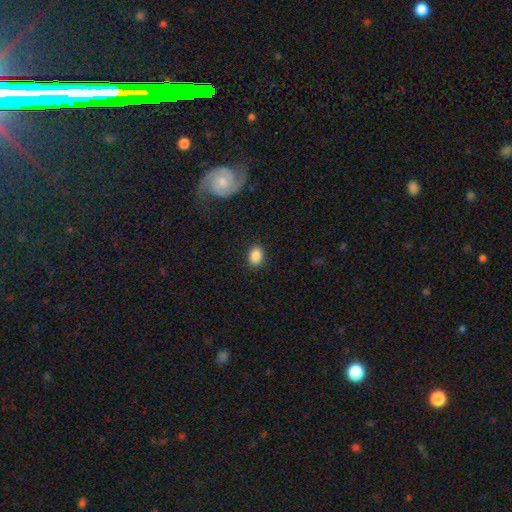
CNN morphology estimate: Smooth or featured?
  - smooth: 87% *
  - star or artifact: 8%
  - featured or disk: 4%
How rounded?
  - in between: 71% *
  - round: 27%
  - cigar-shaped: 1%
Merging?
  - none: 87% *
  - minor disturbance: 9%
  - major disturbance: 3%
  - merger: 1%